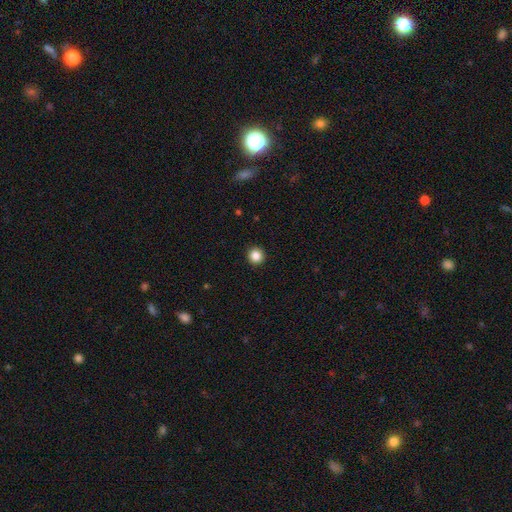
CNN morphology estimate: type=smooth (86%); roundness=round (94%); merging=none (93%).